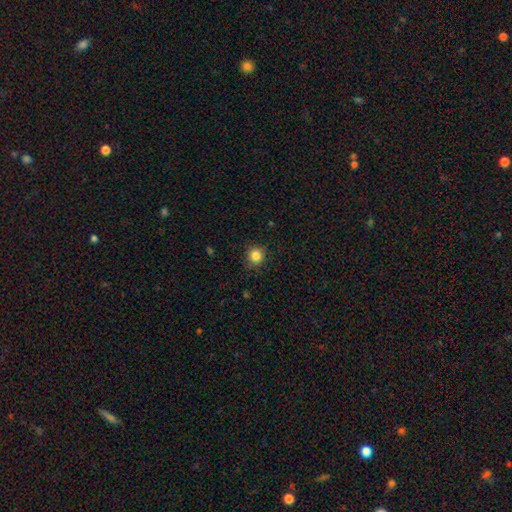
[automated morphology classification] Smooth or featured?
  - smooth: 84% *
  - star or artifact: 12%
  - featured or disk: 5%
How rounded?
  - round: 92% *
  - in between: 8%
  - cigar-shaped: 1%
Merging?
  - none: 87% *
  - minor disturbance: 10%
  - major disturbance: 2%
  - merger: 1%